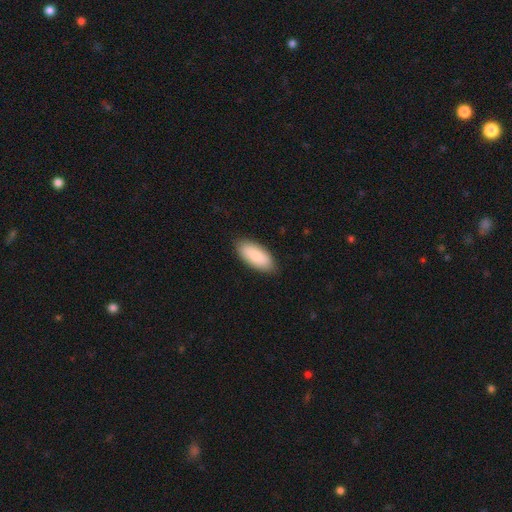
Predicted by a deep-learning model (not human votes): A smooth galaxy with no disk features (88%) that is in between round and cigar-shaped (88%). Merging: none (86%).